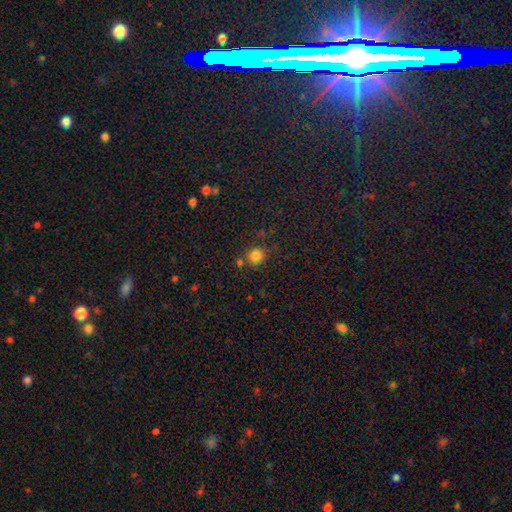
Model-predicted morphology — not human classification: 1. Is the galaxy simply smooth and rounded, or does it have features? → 81% smooth, 14% star or artifact, 5% featured or disk.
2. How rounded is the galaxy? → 90% round, 9% in between, 1% cigar-shaped.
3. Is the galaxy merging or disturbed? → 76% none, 11% minor disturbance, 10% merger, 4% major disturbance.